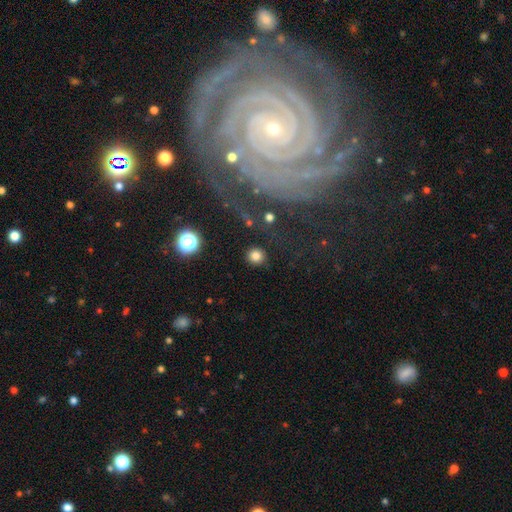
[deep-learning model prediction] A smooth galaxy with no disk features (81%) that is round (91%). Merging: none (87%).